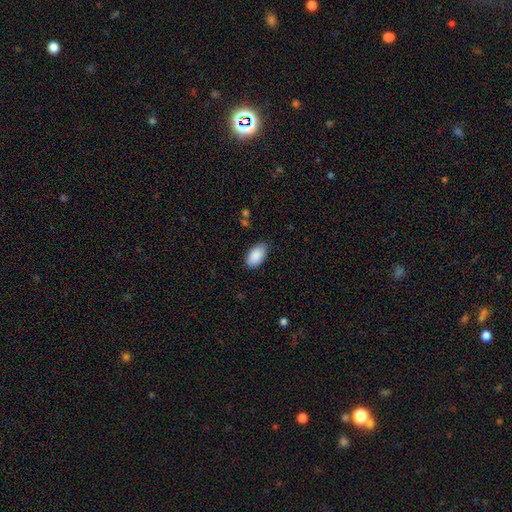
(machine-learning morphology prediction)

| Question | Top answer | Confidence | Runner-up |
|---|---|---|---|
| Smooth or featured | smooth | 90% | star or artifact (6%) |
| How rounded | in between | 95% | round (3%) |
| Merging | none | 81% | minor disturbance (16%) |